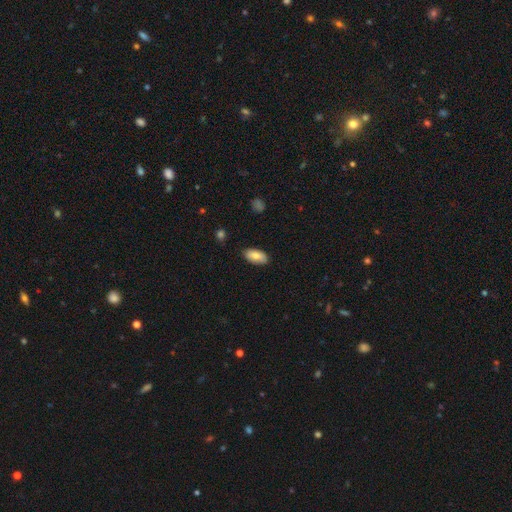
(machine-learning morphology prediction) Smooth or featured? Predicted: smooth (p=0.79). How rounded? Predicted: in between (p=0.94). Merging? Predicted: none (p=0.83).